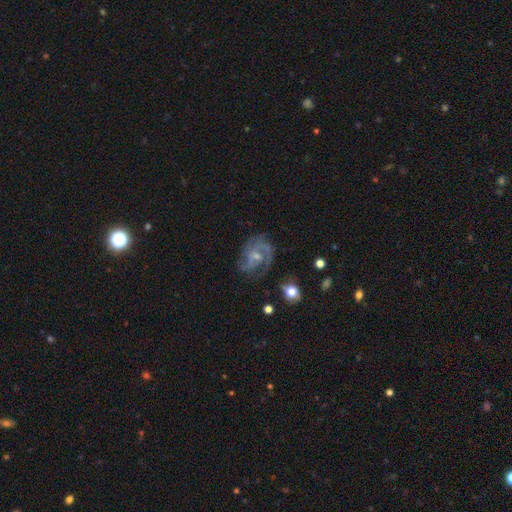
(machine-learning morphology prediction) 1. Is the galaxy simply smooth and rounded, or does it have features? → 81% featured or disk, 11% smooth, 8% star or artifact.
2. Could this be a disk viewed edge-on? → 97% no, 3% yes.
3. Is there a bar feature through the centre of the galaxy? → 53% no, 40% weak, 8% strong.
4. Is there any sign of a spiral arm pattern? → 92% yes, 8% no.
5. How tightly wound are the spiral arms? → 47% medium, 36% tight, 17% loose.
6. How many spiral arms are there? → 38% 2, 26% 3, 20% can't tell, 6% 4, 6% 1, 4% more than 4.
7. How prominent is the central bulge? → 60% small, 31% moderate, 6% none, 1% large, 1% dominant.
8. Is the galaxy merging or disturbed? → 60% none, 22% minor disturbance, 16% major disturbance, 2% merger.